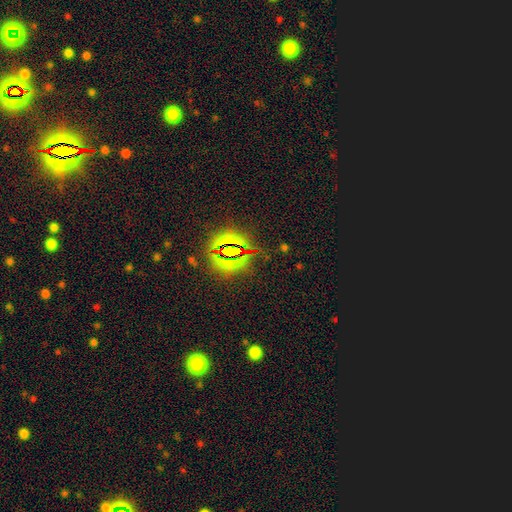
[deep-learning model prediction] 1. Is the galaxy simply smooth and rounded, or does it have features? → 84% star or artifact, 9% smooth, 6% featured or disk.